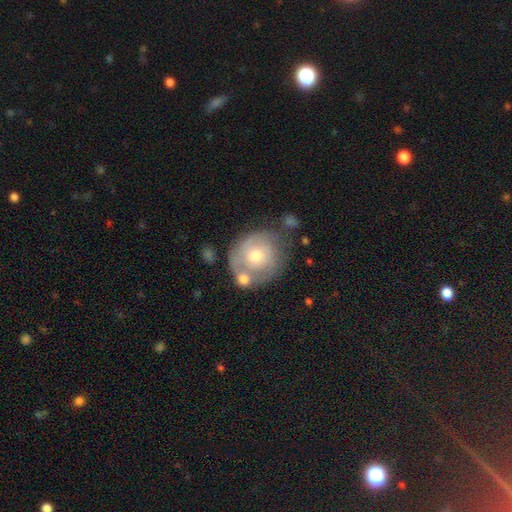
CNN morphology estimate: Overall: featured or disk (47%; smooth 46%). Merging: none (47%; minor disturbance 22%).